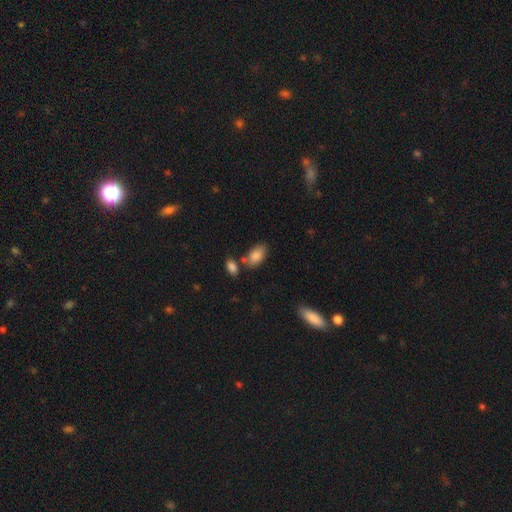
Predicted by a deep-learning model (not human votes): smooth_or_featured: smooth (p=0.86) [alt: featured or disk p=0.07]
how_rounded: in between (p=0.93) [alt: round p=0.04]
merging: none (p=0.65) [alt: merger p=0.15]